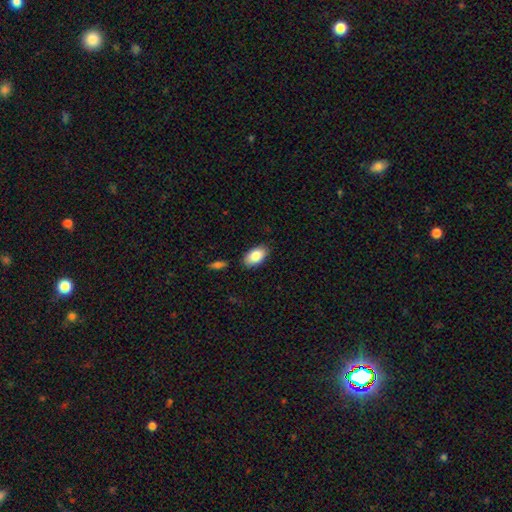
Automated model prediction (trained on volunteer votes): Smooth or featured?
  - smooth: 84% *
  - featured or disk: 9%
  - star or artifact: 7%
How rounded?
  - in between: 93% *
  - round: 5%
  - cigar-shaped: 2%
Merging?
  - none: 85% *
  - minor disturbance: 11%
  - major disturbance: 2%
  - merger: 2%